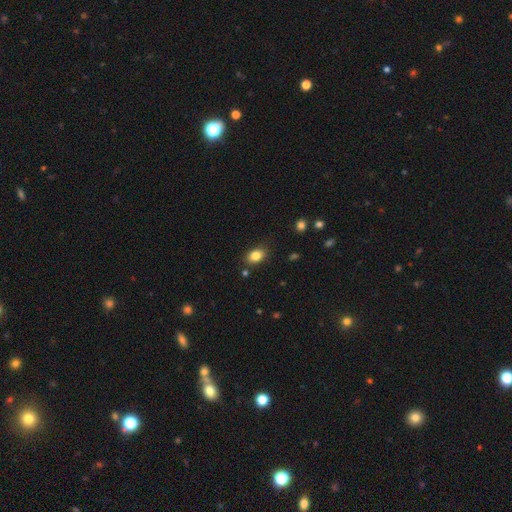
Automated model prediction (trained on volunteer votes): Overall: smooth (84%). How rounded: in between (79%). Merging: none (84%).